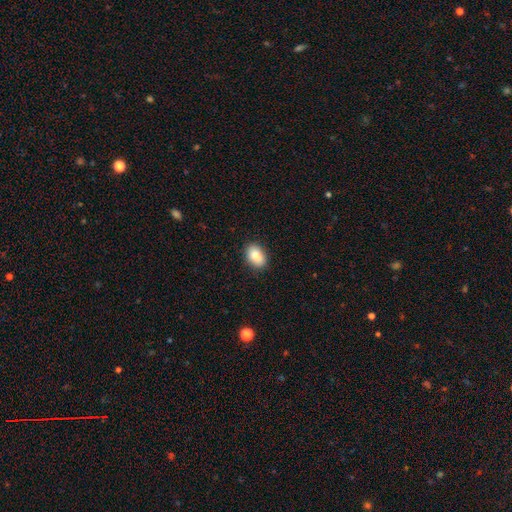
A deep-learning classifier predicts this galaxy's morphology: The model was most divided on "how rounded": in between: 85%, round: 13%, cigar-shaped: 2%. More confident: merging — none (88%); smooth or featured — smooth (86%).